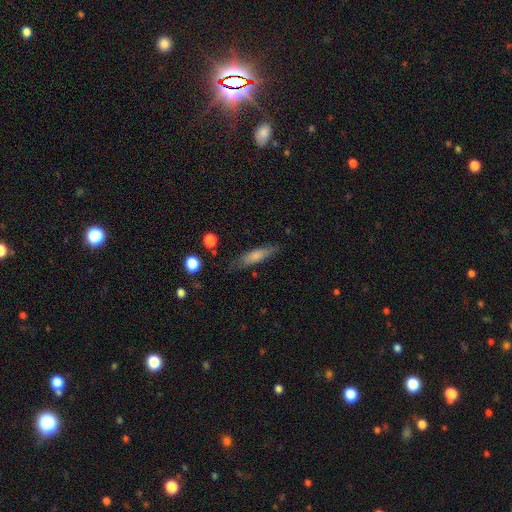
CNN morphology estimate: smooth 71%, featured or disk 22%, star or artifact 7%. Down the decision tree: how rounded — cigar-shaped (71%); merging — none (75%).